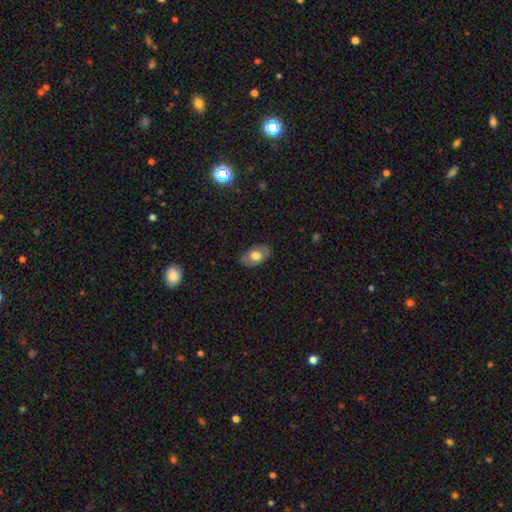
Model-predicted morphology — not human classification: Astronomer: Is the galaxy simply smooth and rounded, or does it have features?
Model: smooth — 64%.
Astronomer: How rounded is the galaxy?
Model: in between — 91%.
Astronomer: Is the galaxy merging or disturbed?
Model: none — 83%.